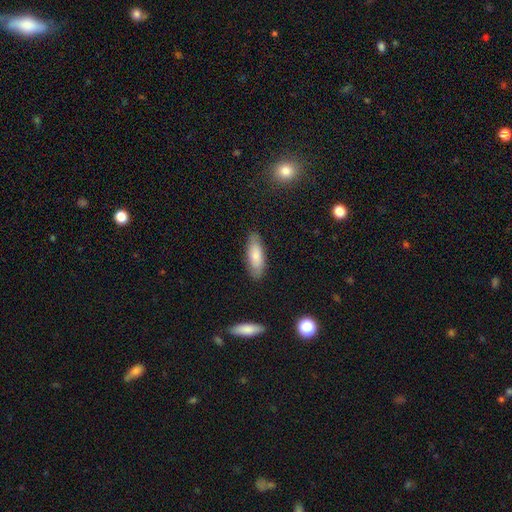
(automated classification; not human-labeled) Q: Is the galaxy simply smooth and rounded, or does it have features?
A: smooth — 76%.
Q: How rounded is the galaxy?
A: in between — 67%.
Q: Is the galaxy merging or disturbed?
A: none — 83%.